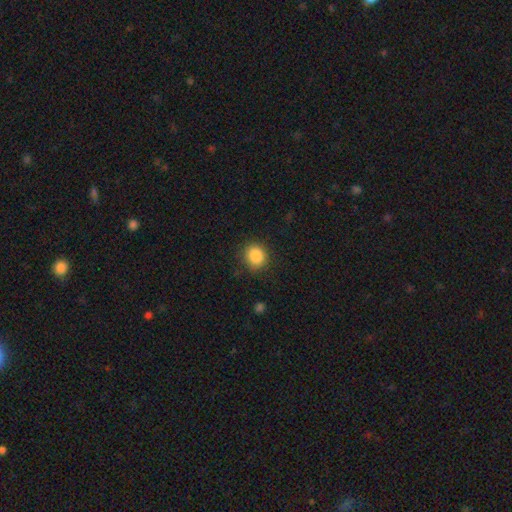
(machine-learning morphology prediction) type=smooth (87%); roundness=round (82%); merging=none (86%).